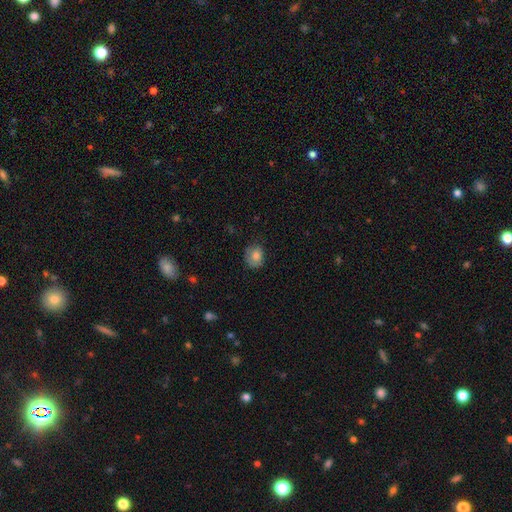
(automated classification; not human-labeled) This appears to be a smooth galaxy with no disk features (81%) that is round (61%). Merging: none (67%).